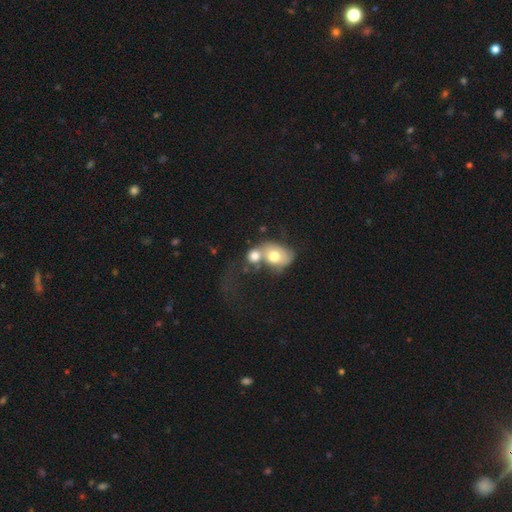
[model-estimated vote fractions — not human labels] smooth 64%, featured or disk 27%, star or artifact 9%. Down the decision tree: how rounded — in between (55%); merging — merger (68%).